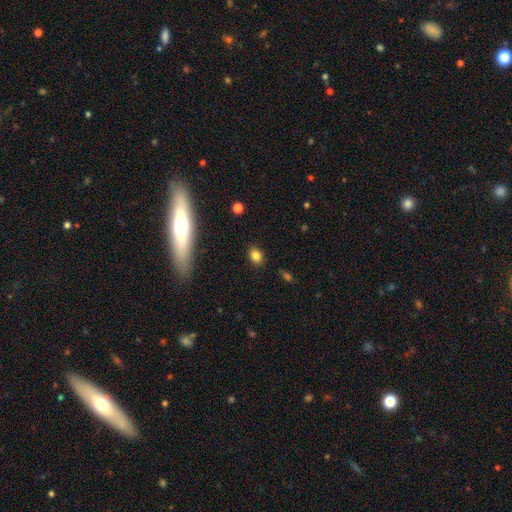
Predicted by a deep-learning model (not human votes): Morphology: type=smooth (82%); roundness=in between (62%); merging=none (85%).